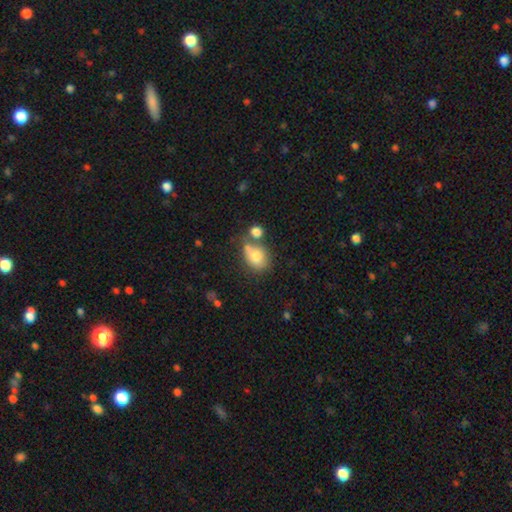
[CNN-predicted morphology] Smooth or featured?
  - smooth: 77% *
  - featured or disk: 14%
  - star or artifact: 10%
How rounded?
  - in between: 58% *
  - round: 40%
  - cigar-shaped: 1%
Merging?
  - none: 47% *
  - merger: 28%
  - minor disturbance: 18%
  - major disturbance: 8%